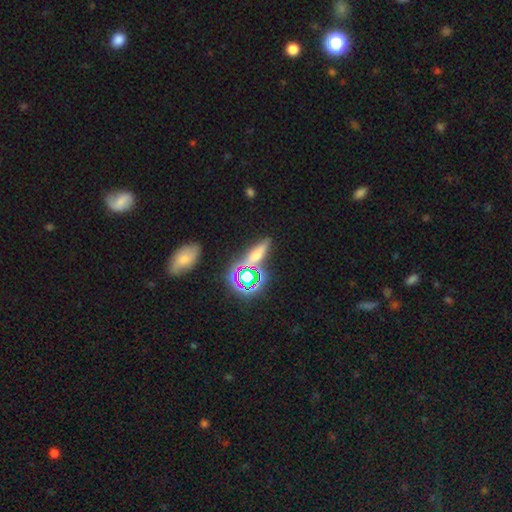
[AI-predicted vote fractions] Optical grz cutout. It shows a smooth galaxy with no disk features (44%). Merging: none (75%).